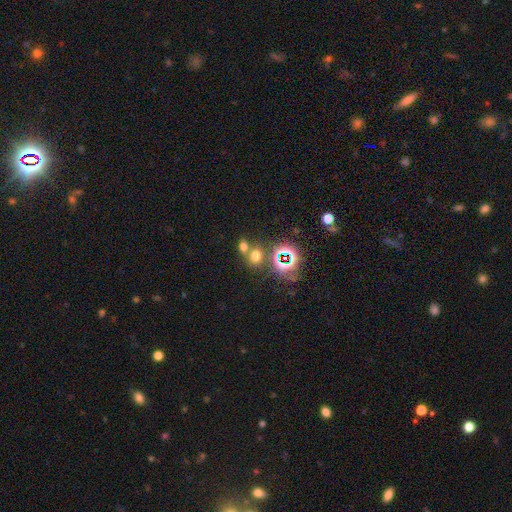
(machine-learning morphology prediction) Smooth or featured? Predicted: smooth (p=0.60). How rounded? Predicted: round (p=0.51). Merging? Predicted: none (p=0.53).